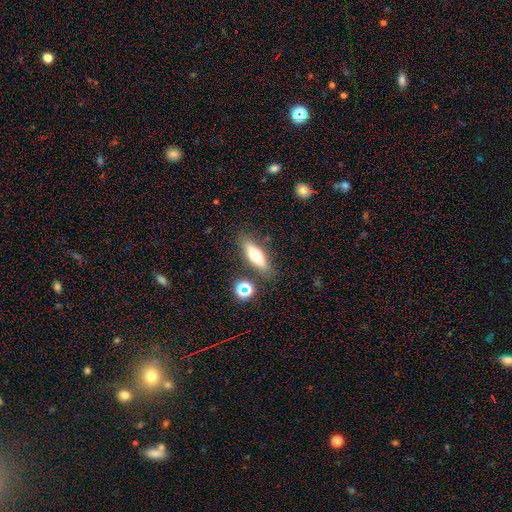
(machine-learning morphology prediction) A smooth galaxy with no disk features (57%) that is cigar-shaped (50%). Merging: none (81%).